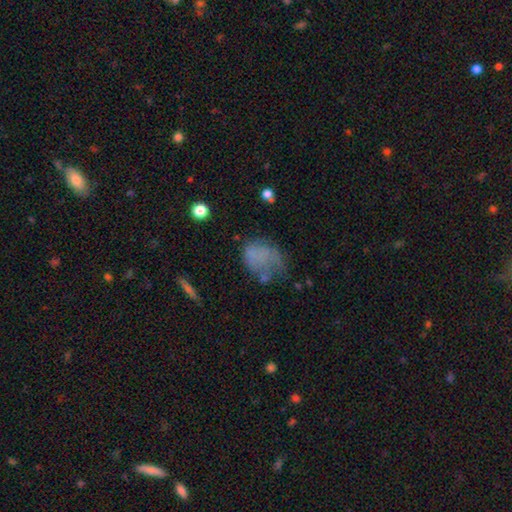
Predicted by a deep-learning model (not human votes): The model was most divided on "merging": none: 35%, major disturbance: 31%, minor disturbance: 27%, merger: 7%. More confident: how rounded — in between (65%); smooth or featured — smooth (59%).